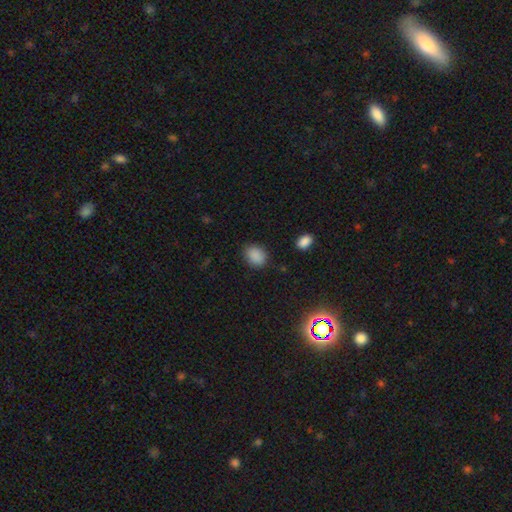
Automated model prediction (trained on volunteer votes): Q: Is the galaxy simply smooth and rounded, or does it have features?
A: smooth — 86%.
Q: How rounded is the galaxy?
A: in between — 57%.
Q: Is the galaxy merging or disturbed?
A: none — 83%.